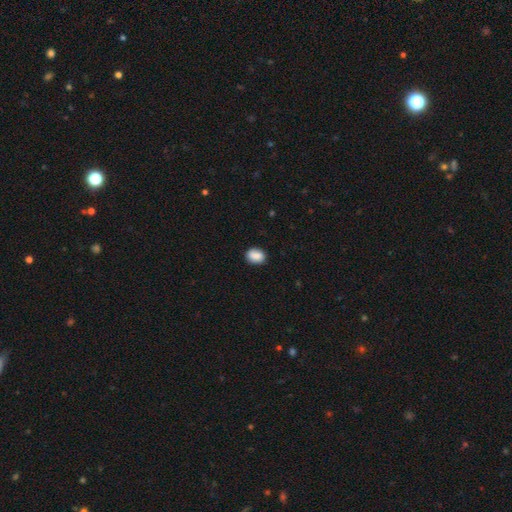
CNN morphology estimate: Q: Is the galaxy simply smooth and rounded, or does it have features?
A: smooth — 88%.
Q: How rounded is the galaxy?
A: in between — 67%.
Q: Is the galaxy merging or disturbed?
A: none — 84%.